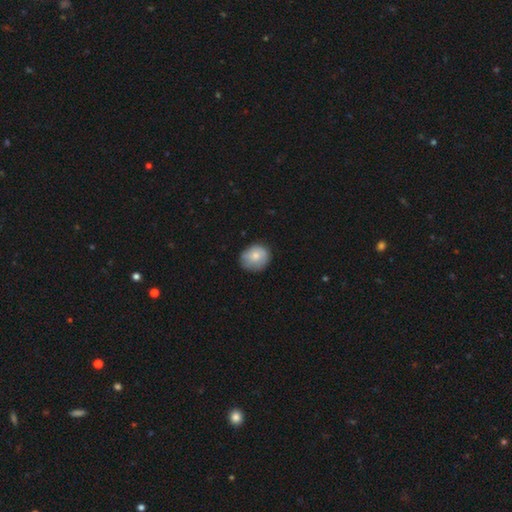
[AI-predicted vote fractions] Smooth or featured?
  - smooth: 78% *
  - featured or disk: 15%
  - star or artifact: 7%
How rounded?
  - round: 73% *
  - in between: 26%
  - cigar-shaped: 1%
Merging?
  - none: 76% *
  - minor disturbance: 19%
  - major disturbance: 4%
  - merger: 1%